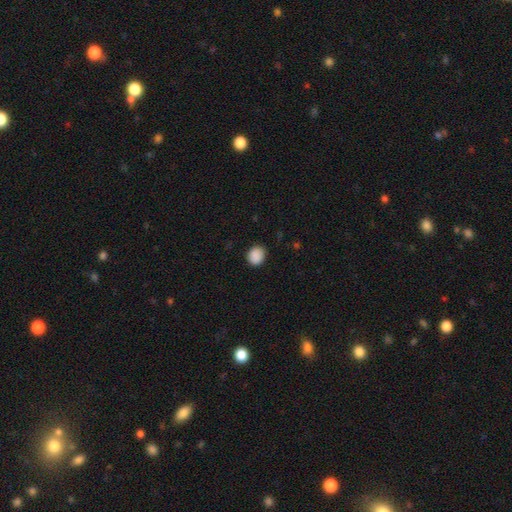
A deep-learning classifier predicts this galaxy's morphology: Smooth or featured?
  - smooth: 89% *
  - star or artifact: 8%
  - featured or disk: 3%
How rounded?
  - round: 71% *
  - in between: 28%
  - cigar-shaped: 1%
Merging?
  - none: 86% *
  - minor disturbance: 10%
  - major disturbance: 2%
  - merger: 1%